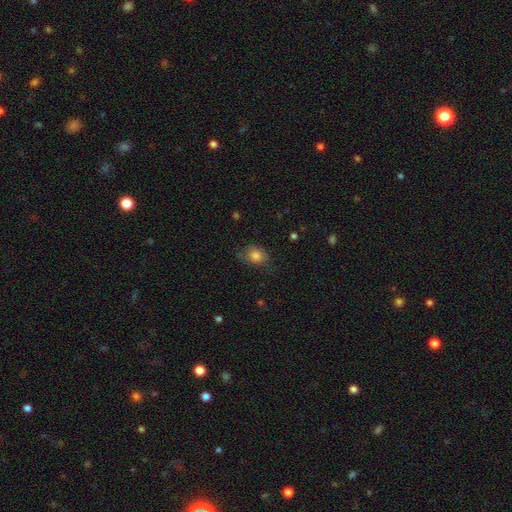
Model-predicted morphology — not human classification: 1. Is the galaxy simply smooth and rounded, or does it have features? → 79% smooth, 11% featured or disk, 10% star or artifact.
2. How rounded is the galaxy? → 58% in between, 41% round, 1% cigar-shaped.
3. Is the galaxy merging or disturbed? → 59% none, 28% minor disturbance, 12% major disturbance, 1% merger.